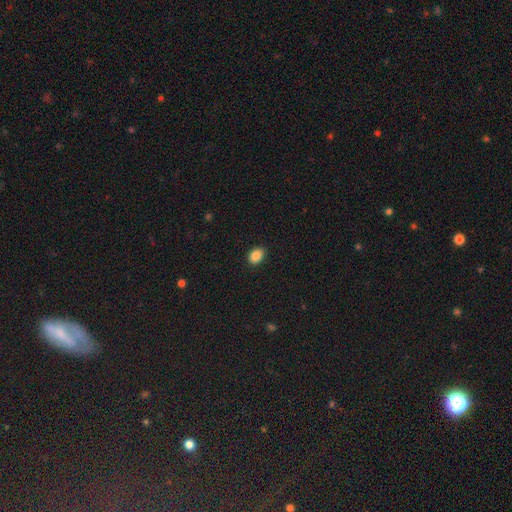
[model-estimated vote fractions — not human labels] This is clearly a smooth galaxy (88%). How rounded: likely in between (74%). Merging: clearly none (88%).